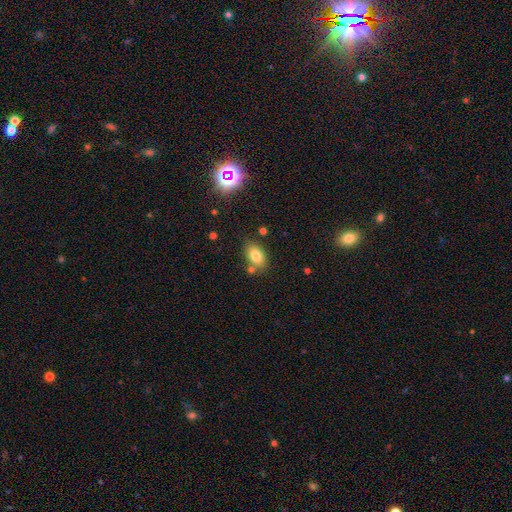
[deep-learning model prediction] This is likely a smooth galaxy (79%). How rounded: clearly in between (85%). Merging: likely none (72%).